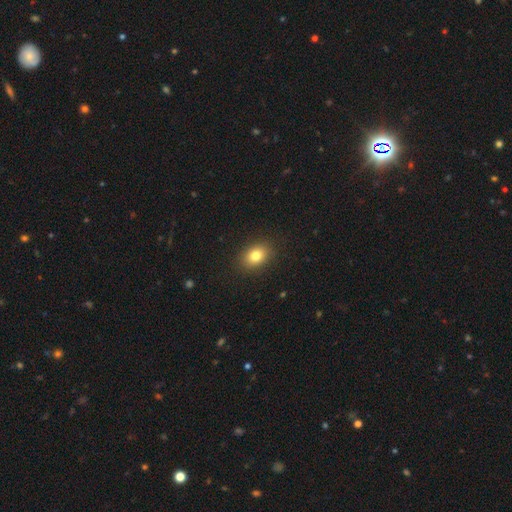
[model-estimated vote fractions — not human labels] A smooth galaxy with no disk features (81%) that is in between round and cigar-shaped (70%).

Vote fractions:
- Smooth or featured? smooth: 81% / star or artifact: 10% / featured or disk: 9%
- How rounded? in between: 70% / round: 29% / cigar-shaped: 1%
- Merging? none: 88% / minor disturbance: 8% / major disturbance: 2% / merger: 1%